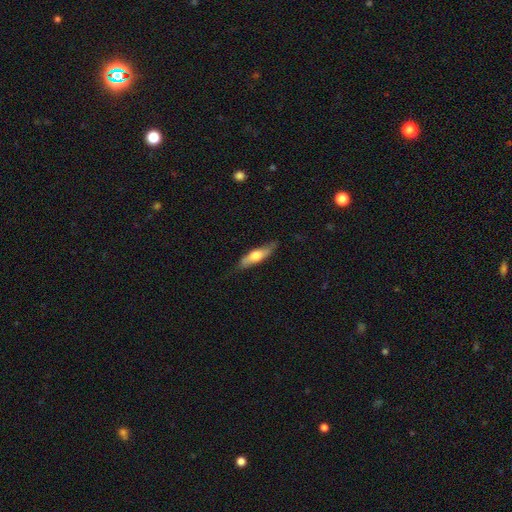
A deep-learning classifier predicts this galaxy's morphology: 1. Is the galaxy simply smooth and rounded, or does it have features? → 56% smooth, 39% featured or disk, 5% star or artifact.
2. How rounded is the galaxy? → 64% cigar-shaped, 34% in between, 2% round.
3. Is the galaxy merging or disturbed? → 79% none, 17% minor disturbance, 3% major disturbance, 1% merger.